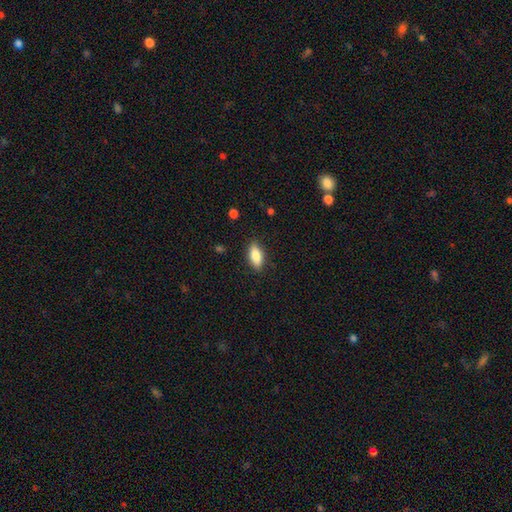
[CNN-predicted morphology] Smooth or featured? Predicted: smooth (p=0.82). How rounded? Predicted: in between (p=0.82). Merging? Predicted: none (p=0.86).